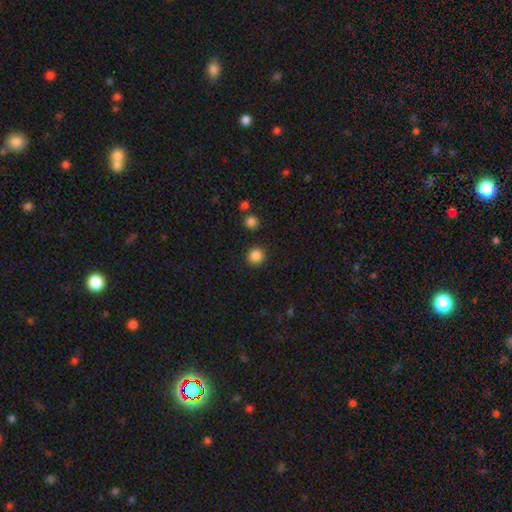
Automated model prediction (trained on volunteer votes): Smooth or featured?
  - smooth: 86% *
  - star or artifact: 11%
  - featured or disk: 3%
How rounded?
  - round: 92% *
  - in between: 7%
  - cigar-shaped: 1%
Merging?
  - none: 90% *
  - minor disturbance: 6%
  - major disturbance: 2%
  - merger: 2%